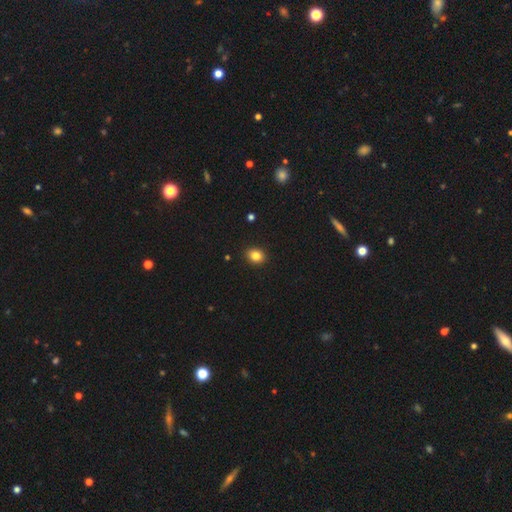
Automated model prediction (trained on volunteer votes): A smooth galaxy with no disk features (84%) that is round (57%). Merging: none (91%).